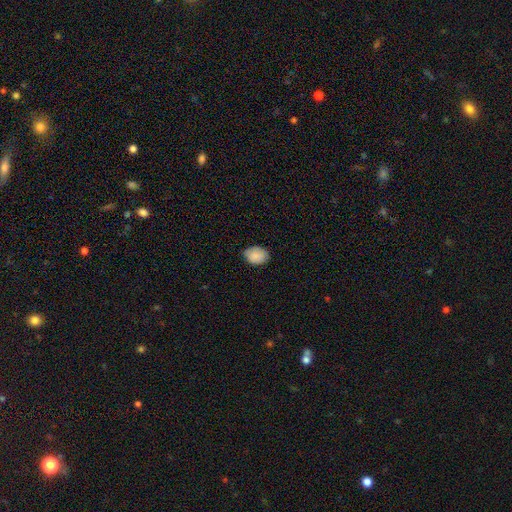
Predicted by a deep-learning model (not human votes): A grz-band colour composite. It shows a smooth galaxy with no disk features (87%) that is in between round and cigar-shaped (70%). Merging: none (77%).